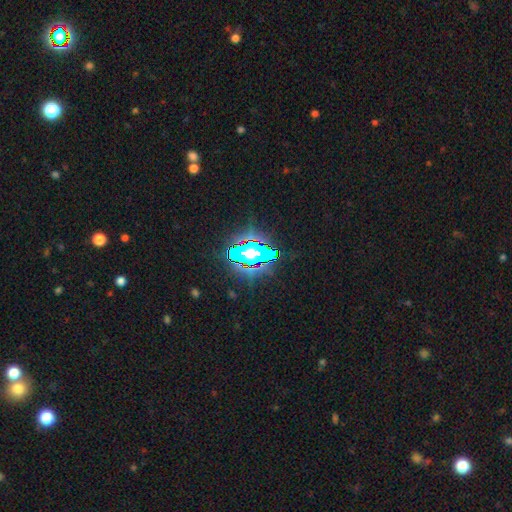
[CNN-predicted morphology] This appears to be a star or artifact, not a galaxy (71%).